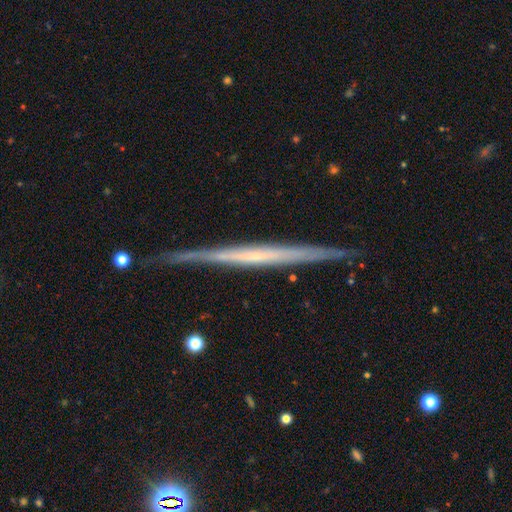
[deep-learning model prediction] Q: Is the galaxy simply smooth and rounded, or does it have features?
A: featured or disk — 73%.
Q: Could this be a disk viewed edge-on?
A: yes — 97%.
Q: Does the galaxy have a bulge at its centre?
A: none — 79%.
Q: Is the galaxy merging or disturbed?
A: none — 84%.